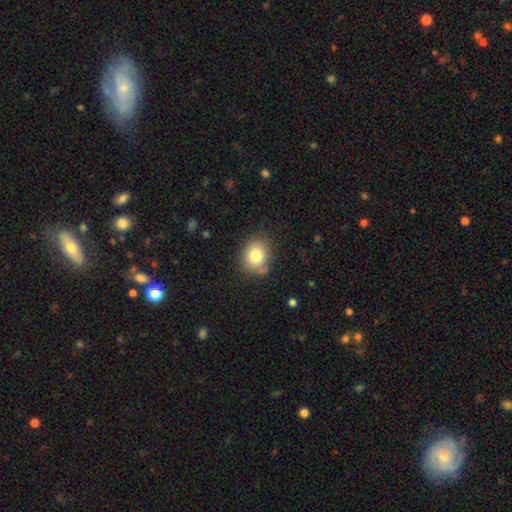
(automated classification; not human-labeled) Q: Smooth or featured?
A: smooth (79%); runner-up: featured or disk (11%)
Q: How rounded?
A: round (59%); runner-up: in between (41%)
Q: Merging?
A: none (76%); runner-up: minor disturbance (16%)